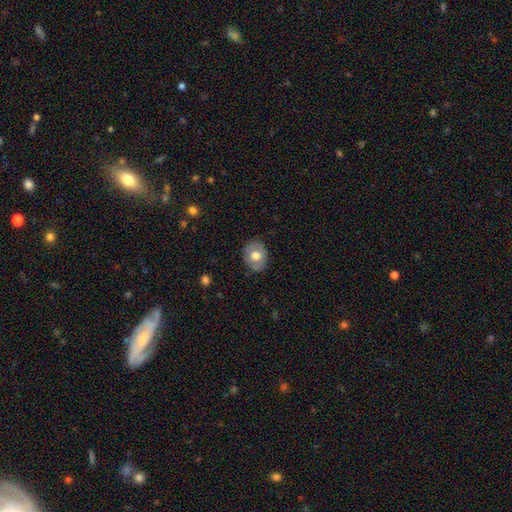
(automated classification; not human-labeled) A smooth galaxy with no disk features (61%) that is round (54%).

Vote fractions:
- Smooth or featured? smooth: 61% / featured or disk: 33% / star or artifact: 7%
- How rounded? round: 54% / in between: 45% / cigar-shaped: 1%
- Merging? none: 81% / minor disturbance: 14% / major disturbance: 4% / merger: 1%